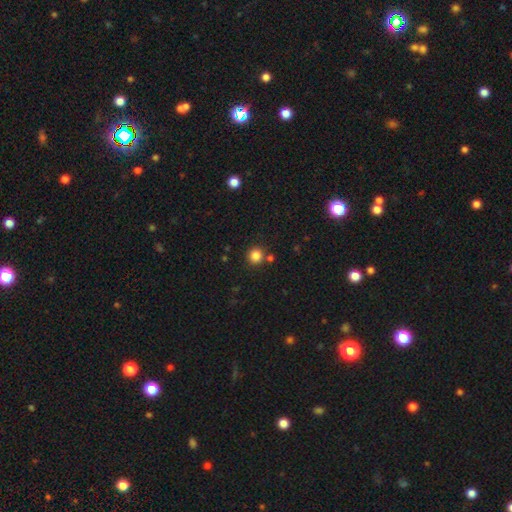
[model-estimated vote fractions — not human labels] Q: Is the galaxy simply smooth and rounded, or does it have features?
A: smooth — 83%.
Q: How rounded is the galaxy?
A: round — 94%.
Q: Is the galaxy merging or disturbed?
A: none — 83%.